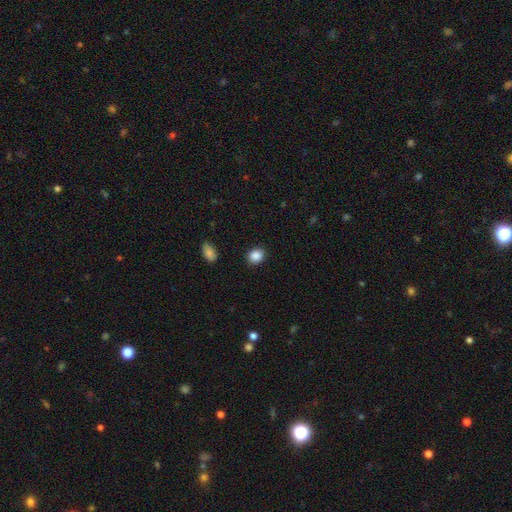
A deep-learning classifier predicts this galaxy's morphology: This is clearly a smooth galaxy (88%). How rounded: likely round (60%). Merging: clearly none (89%).